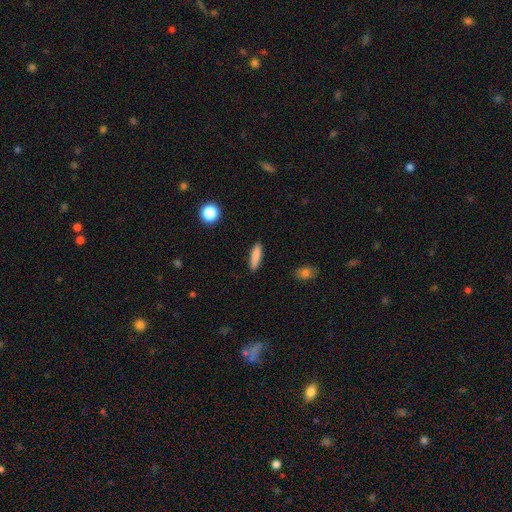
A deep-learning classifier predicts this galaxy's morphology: Smooth or featured?
  - smooth: 86% *
  - featured or disk: 7%
  - star or artifact: 7%
How rounded?
  - cigar-shaped: 68% *
  - in between: 29%
  - round: 2%
Merging?
  - none: 89% *
  - minor disturbance: 8%
  - major disturbance: 2%
  - merger: 1%